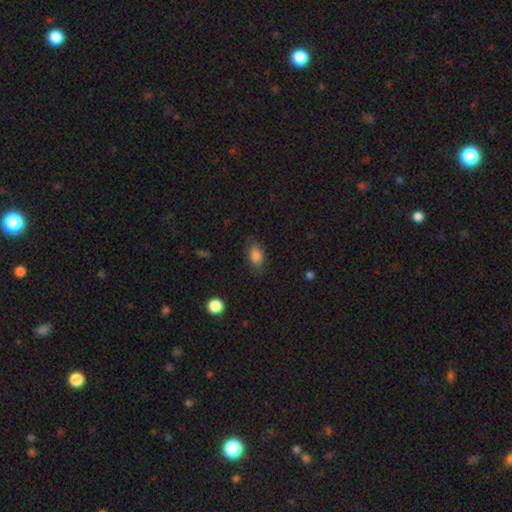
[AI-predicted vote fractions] The model was most divided on "merging": none: 77%, minor disturbance: 17%, major disturbance: 5%, merger: 1%. More confident: smooth or featured — smooth (84%); how rounded — in between (83%).